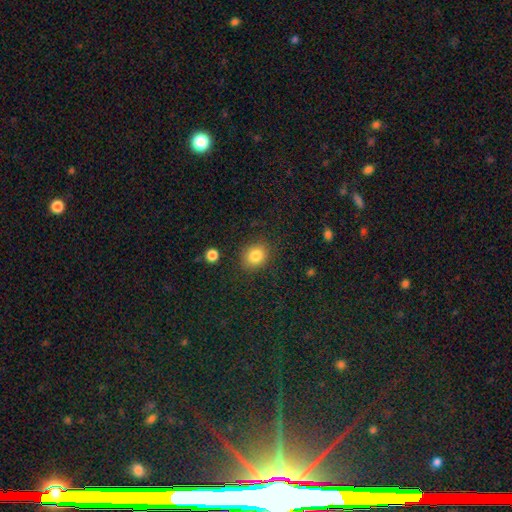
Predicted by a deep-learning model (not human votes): Smooth or featured? smooth (83%)
How rounded? round (66%)
Merging? none (85%)